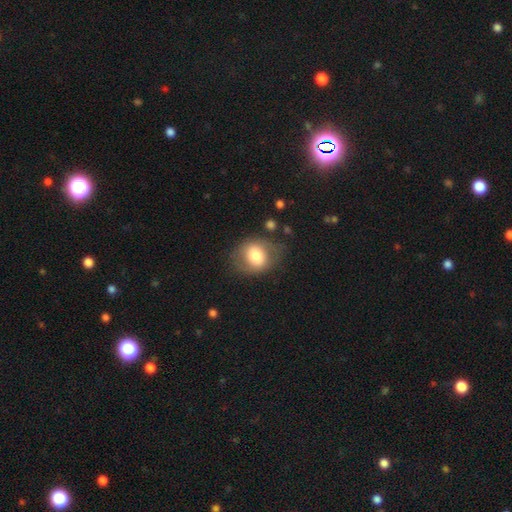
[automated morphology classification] smooth 69%, featured or disk 23%, star or artifact 7%. Down the decision tree: how rounded — round (50%); merging — none (70%).